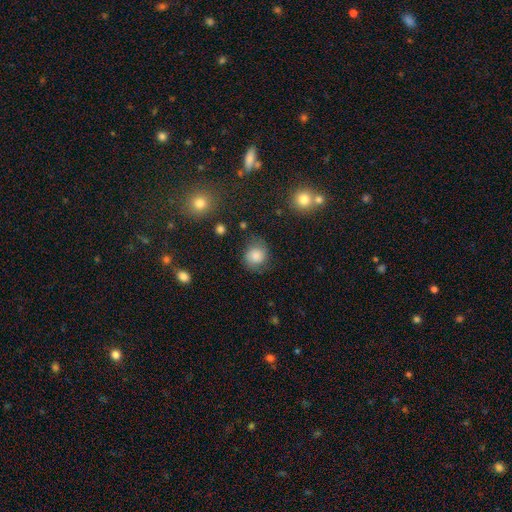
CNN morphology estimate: A smooth galaxy with no disk features (76%) that is round (77%). Merging: none (69%).